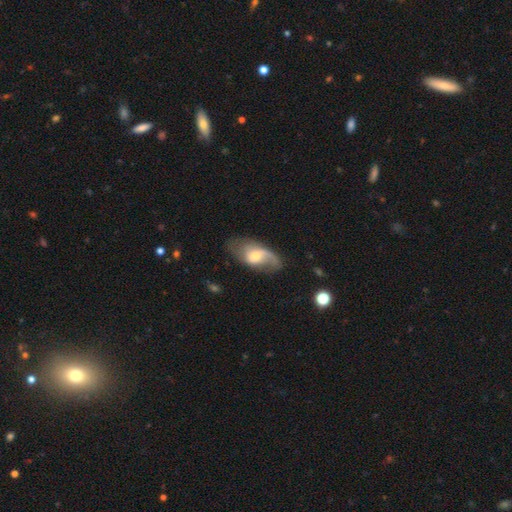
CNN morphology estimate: featured or disk 64%, smooth 29%, star or artifact 7%. Down the decision tree: edge-on disk — no (93%); bar — no (58%); spiral arms — yes (84%); spiral arm count — 2 (51%); spiral winding — loose (55%); bulge size — moderate (51%); merging — none (55%).